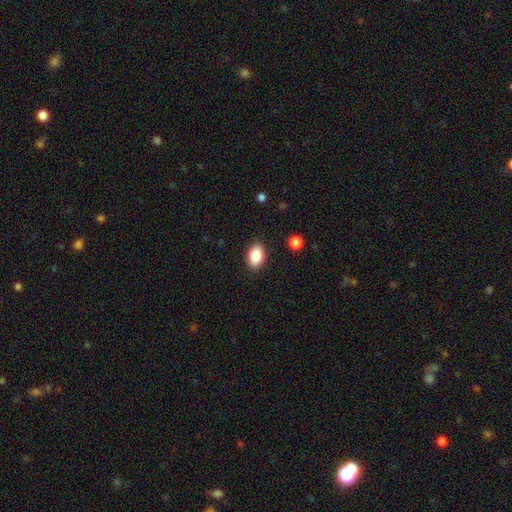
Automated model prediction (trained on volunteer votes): The model was most divided on "smooth or featured": smooth: 86%, star or artifact: 8%, featured or disk: 6%. More confident: how rounded — in between (89%); merging — none (89%).